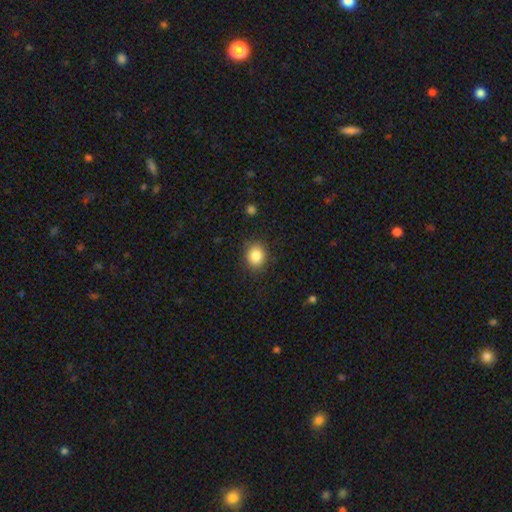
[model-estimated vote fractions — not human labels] A smooth galaxy with no disk features (85%) that is round (75%).

Vote fractions:
- Smooth or featured? smooth: 85% / star or artifact: 10% / featured or disk: 5%
- How rounded? round: 75% / in between: 25% / cigar-shaped: 1%
- Merging? none: 87% / minor disturbance: 9% / major disturbance: 3% / merger: 1%